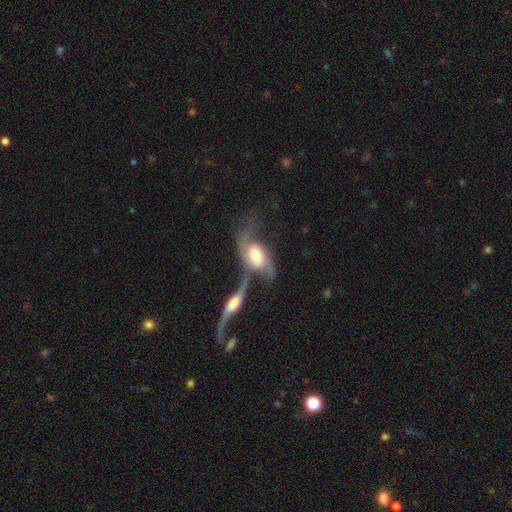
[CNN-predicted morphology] Smooth or featured: featured or disk — 72% (smooth — 22%)
Edge-on disk: no — 89% (yes — 11%)
Bar: no — 49% (weak — 38%)
Spiral arms: yes — 89% (no — 11%)
Spiral winding: loose — 58% (medium — 32%)
Spiral arm count: 2 — 82% (can't tell — 8%)
Bulge size: moderate — 47% (large — 32%)
Merging: merger — 63% (none — 16%)